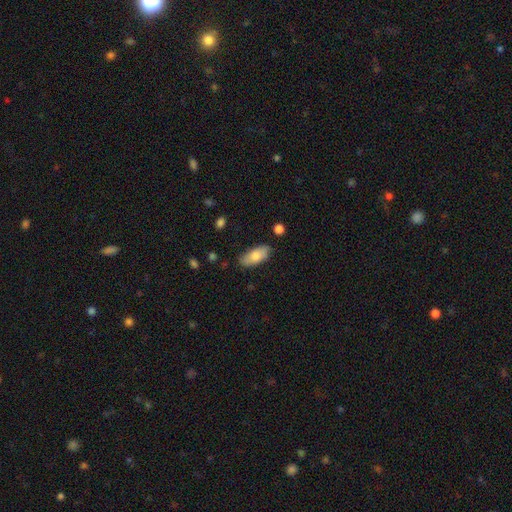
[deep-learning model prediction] A smooth galaxy with no disk features (77%) that is in between round and cigar-shaped (86%). Merging: none (82%).